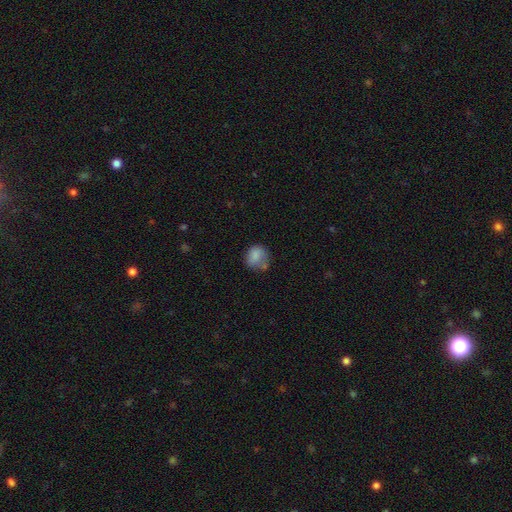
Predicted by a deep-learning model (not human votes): Smooth or featured? smooth (80%)
How rounded? round (71%)
Merging? none (52%)